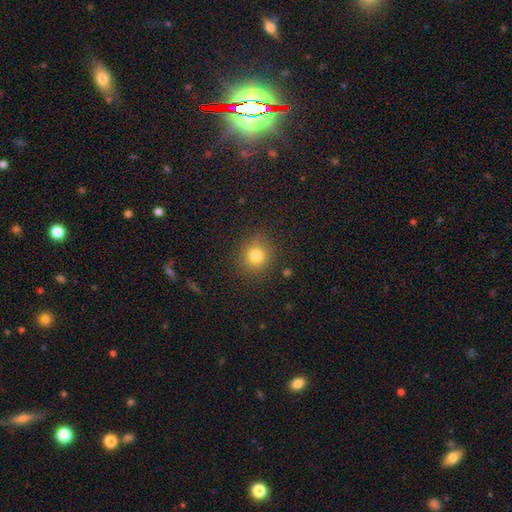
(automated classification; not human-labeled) Smooth or featured? Predicted: smooth (p=0.79). How rounded? Predicted: round (p=0.87). Merging? Predicted: none (p=0.86).